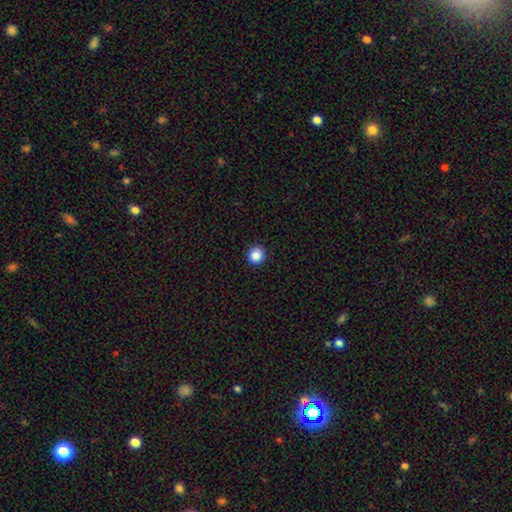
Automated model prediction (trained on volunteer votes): Q: Smooth or featured?
A: smooth (87%); runner-up: star or artifact (10%)
Q: How rounded?
A: round (92%); runner-up: in between (7%)
Q: Merging?
A: none (93%); runner-up: minor disturbance (5%)